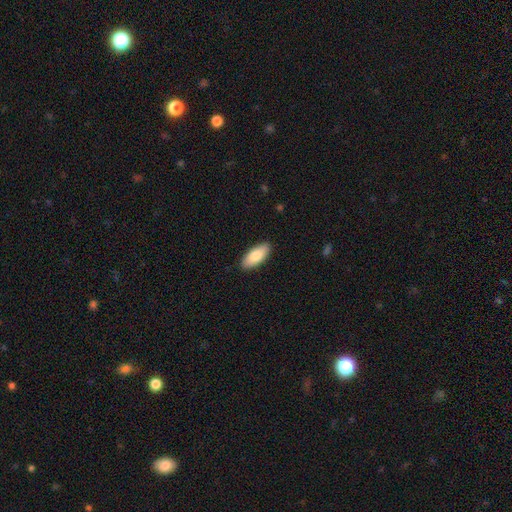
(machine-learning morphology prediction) smooth_or_featured: smooth (p=0.84) [alt: featured or disk p=0.11]
how_rounded: in between (p=0.86) [alt: cigar-shaped p=0.12]
merging: none (p=0.89) [alt: minor disturbance p=0.08]